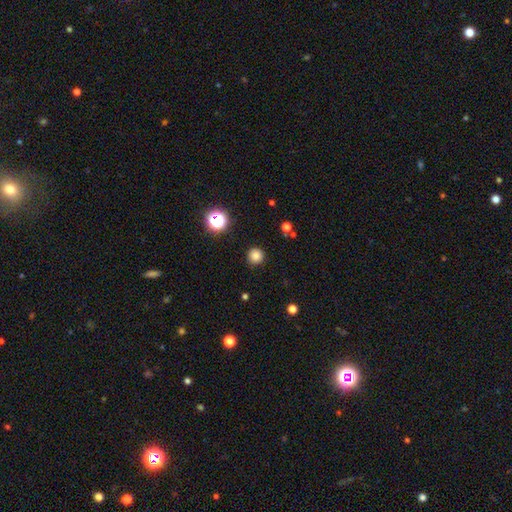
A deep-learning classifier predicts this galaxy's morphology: A smooth galaxy with no disk features (81%) that is round (96%).

Vote fractions:
- Smooth or featured? smooth: 81% / star or artifact: 14% / featured or disk: 4%
- How rounded? round: 96% / in between: 3% / cigar-shaped: 1%
- Merging? none: 91% / minor disturbance: 6% / major disturbance: 2% / merger: 1%